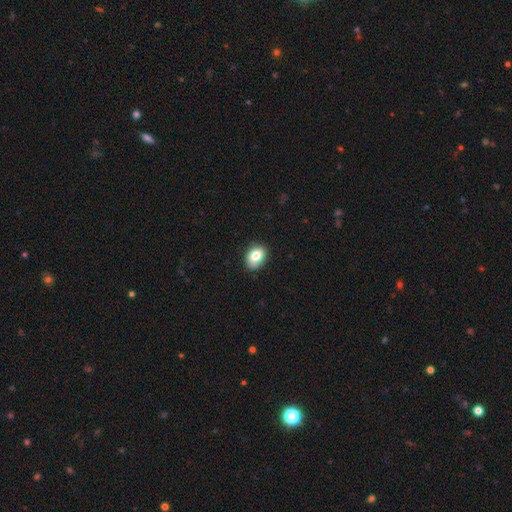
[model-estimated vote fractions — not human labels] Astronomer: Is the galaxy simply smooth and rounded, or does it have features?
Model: smooth — 81%.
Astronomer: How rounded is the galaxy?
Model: in between — 70%.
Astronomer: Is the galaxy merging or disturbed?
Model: none — 81%.